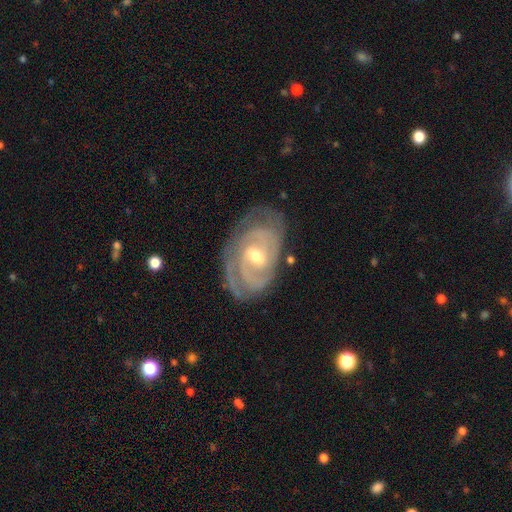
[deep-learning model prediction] Morphology: type=featured or disk (86%); edge-on=no (96%); bar=no (42%); spiral arms=yes (96%); winding=tight (76%); arm count=2 (31%); bulge=moderate (60%); merging=none (77%).